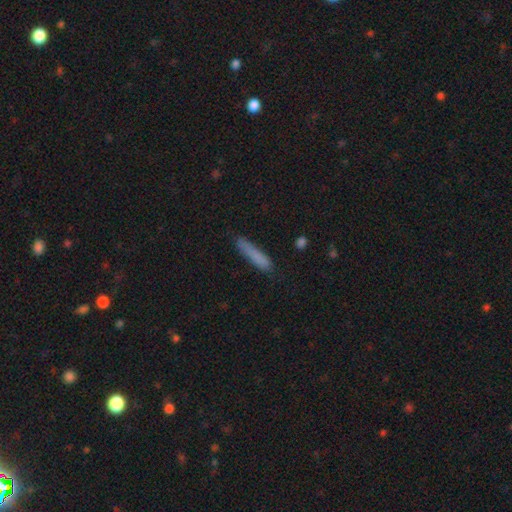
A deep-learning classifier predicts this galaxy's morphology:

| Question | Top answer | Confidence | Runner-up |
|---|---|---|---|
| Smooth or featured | smooth | 81% | featured or disk (12%) |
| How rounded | cigar-shaped | 90% | in between (9%) |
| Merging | none | 78% | minor disturbance (17%) |